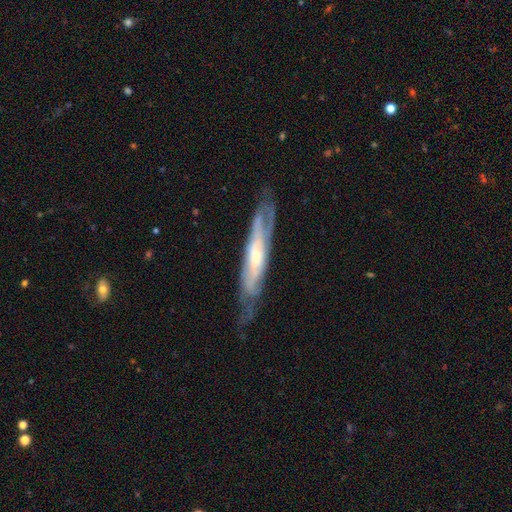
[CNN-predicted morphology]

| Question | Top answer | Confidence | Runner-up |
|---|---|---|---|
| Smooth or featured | featured or disk | 72% | smooth (22%) |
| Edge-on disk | yes | 53% | no (47%) |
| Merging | none | 61% | minor disturbance (25%) |